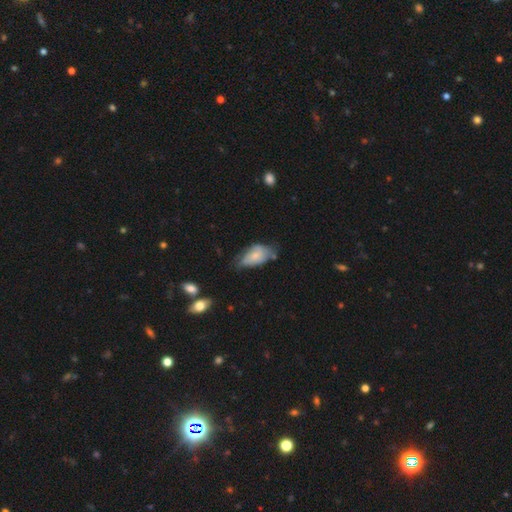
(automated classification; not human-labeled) smooth-or-featured: smooth: 69% | featured or disk: 24% | star or artifact: 7%
  how-rounded: in between: 93% | cigar-shaped: 4% | round: 3%
  merging: minor disturbance: 44% | none: 38% | major disturbance: 14% | merger: 5%